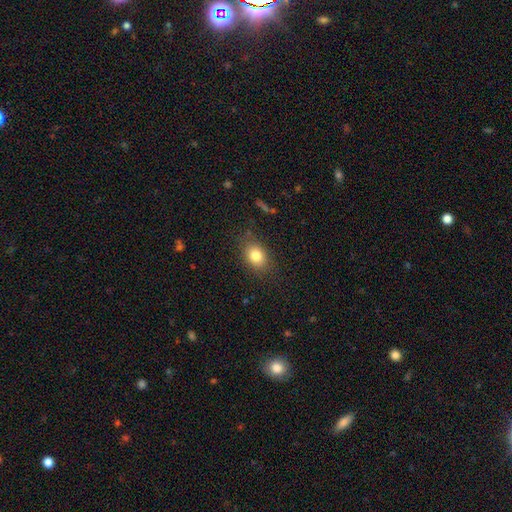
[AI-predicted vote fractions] smooth 81%, star or artifact 10%, featured or disk 9%. Down the decision tree: how rounded — in between (65%); merging — none (81%).